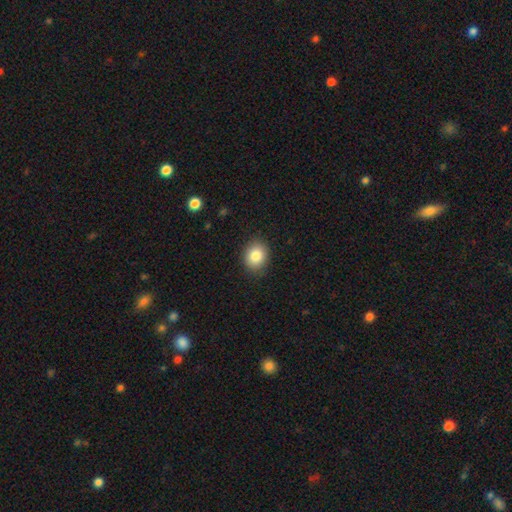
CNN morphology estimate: Q: Smooth or featured?
A: smooth (85%); runner-up: star or artifact (9%)
Q: How rounded?
A: round (57%); runner-up: in between (42%)
Q: Merging?
A: none (88%); runner-up: minor disturbance (9%)